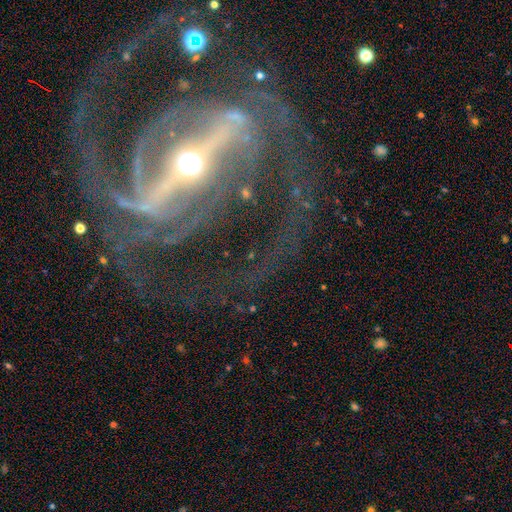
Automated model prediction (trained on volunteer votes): Smooth or featured? featured or disk (92%)
Edge-on disk? no (93%)
Bar? strong (87%)
Spiral arms? yes (97%)
Spiral winding? medium (52%)
Spiral arm count? 2 (75%)
Bulge size? moderate (51%)
Merging? none (70%)